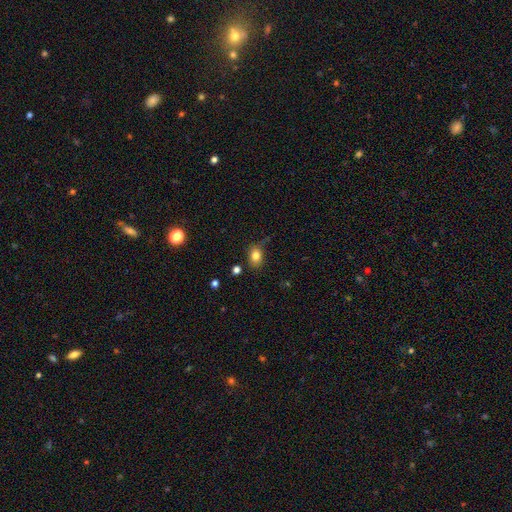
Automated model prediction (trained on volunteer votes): A smooth galaxy with no disk features (81%) that is in between round and cigar-shaped (60%).

Vote fractions:
- Smooth or featured? smooth: 81% / star or artifact: 12% / featured or disk: 8%
- How rounded? in between: 60% / round: 39% / cigar-shaped: 1%
- Merging? none: 69% / minor disturbance: 21% / major disturbance: 6% / merger: 3%